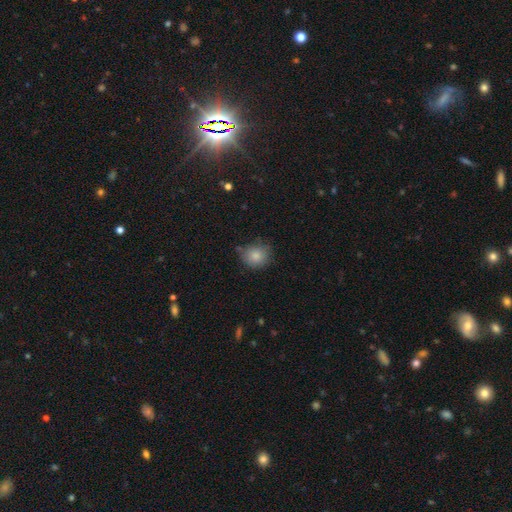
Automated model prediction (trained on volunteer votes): A smooth galaxy with no disk features (84%) that is round (82%).

Vote fractions:
- Smooth or featured? smooth: 84% / star or artifact: 9% / featured or disk: 7%
- How rounded? round: 82% / in between: 17% / cigar-shaped: 1%
- Merging? none: 74% / minor disturbance: 19% / major disturbance: 4% / merger: 3%